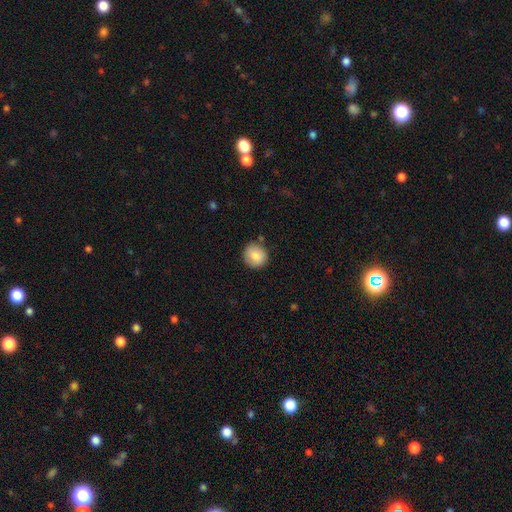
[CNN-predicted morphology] Smooth or featured? smooth (81%)
How rounded? round (90%)
Merging? none (84%)